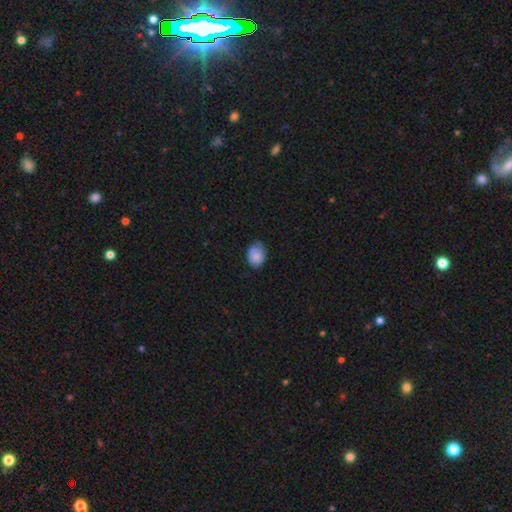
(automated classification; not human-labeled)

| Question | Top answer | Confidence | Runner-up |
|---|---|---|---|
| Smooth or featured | smooth | 82% | featured or disk (10%) |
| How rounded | in between | 71% | round (28%) |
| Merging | none | 61% | minor disturbance (32%) |